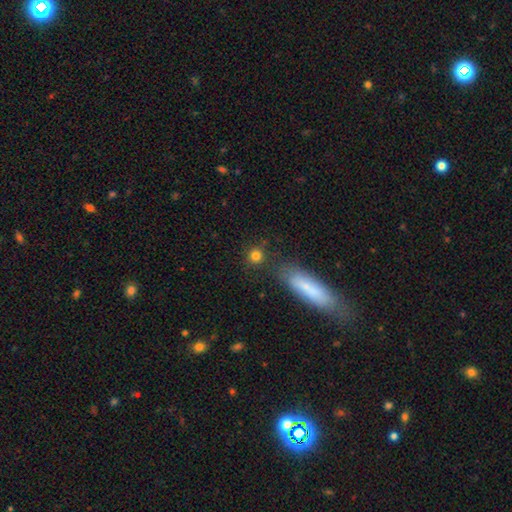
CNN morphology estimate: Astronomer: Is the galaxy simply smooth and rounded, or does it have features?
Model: smooth — 81%.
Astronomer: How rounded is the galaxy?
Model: round — 85%.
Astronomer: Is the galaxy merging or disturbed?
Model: none — 78%.